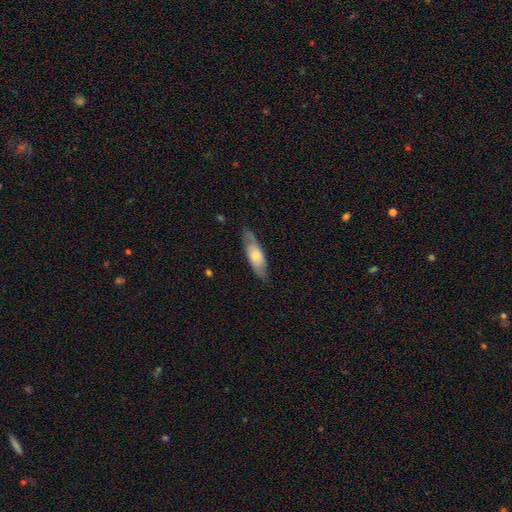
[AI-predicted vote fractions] Smooth or featured: smooth — 58% (featured or disk — 36%)
How rounded: in between — 57% (cigar-shaped — 41%)
Merging: none — 77% (minor disturbance — 18%)